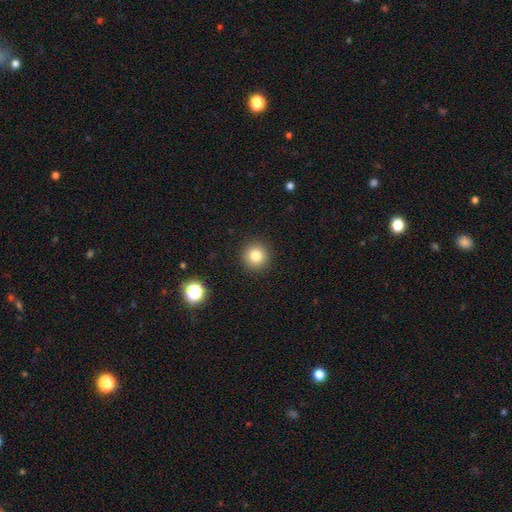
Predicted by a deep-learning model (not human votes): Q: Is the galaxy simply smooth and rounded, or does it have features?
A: smooth — 81%.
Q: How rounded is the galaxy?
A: round — 95%.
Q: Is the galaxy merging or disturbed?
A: none — 92%.